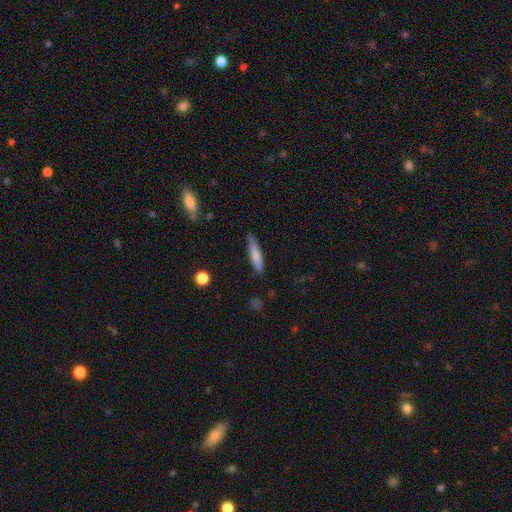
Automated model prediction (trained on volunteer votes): smooth 77%, featured or disk 17%, star or artifact 6%. Down the decision tree: how rounded — cigar-shaped (84%); merging — none (80%).